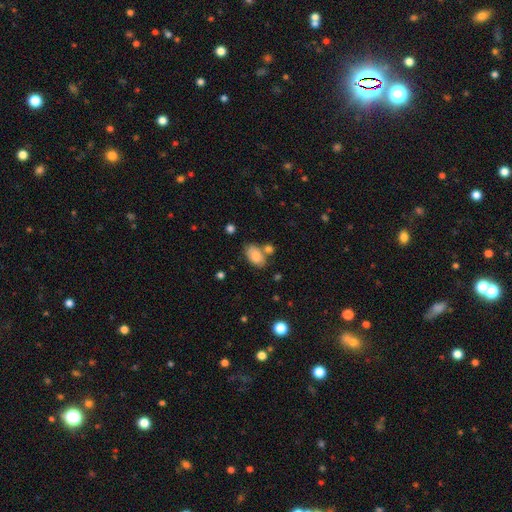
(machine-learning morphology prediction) smooth 82%, featured or disk 10%, star or artifact 8%. Down the decision tree: how rounded — in between (92%); merging — none (60%).